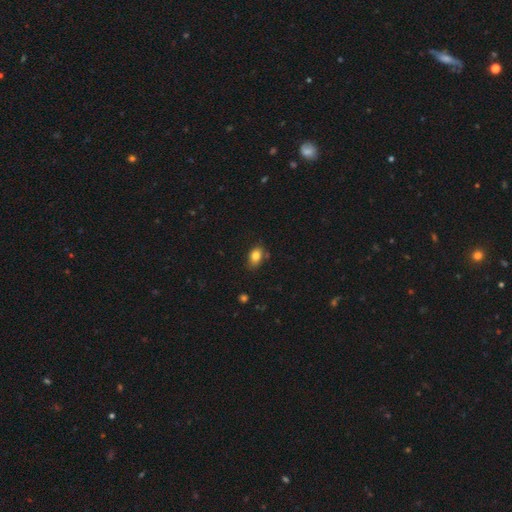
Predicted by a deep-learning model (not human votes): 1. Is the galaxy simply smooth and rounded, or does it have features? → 82% smooth, 9% star or artifact, 8% featured or disk.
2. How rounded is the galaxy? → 78% in between, 21% round, 1% cigar-shaped.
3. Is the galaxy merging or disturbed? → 73% none, 20% minor disturbance, 4% major disturbance, 4% merger.